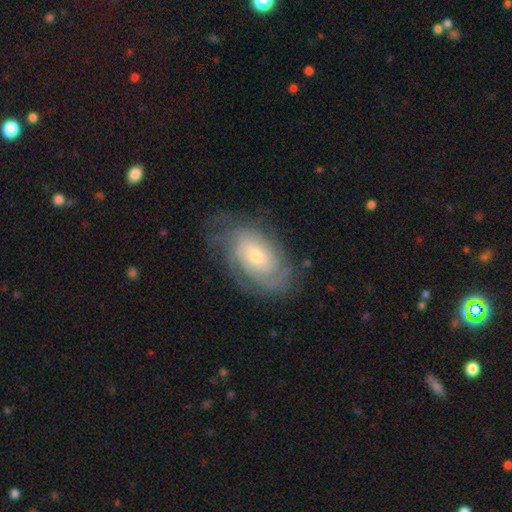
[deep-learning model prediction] Smooth or featured?
  - featured or disk: 78% *
  - smooth: 16%
  - star or artifact: 6%
Edge-on disk?
  - no: 96% *
  - yes: 4%
Bar?
  - no: 68% *
  - weak: 27%
  - strong: 5%
Spiral arms?
  - yes: 93% *
  - no: 7%
Spiral winding?
  - tight: 67% *
  - medium: 25%
  - loose: 7%
Spiral arm count?
  - can't tell: 45% *
  - 2: 19%
  - 3: 15%
  - 4: 11%
  - more than 4: 6%
  - 1: 5%
Bulge size?
  - small: 56% *
  - moderate: 37%
  - large: 5%
  - none: 2%
  - dominant: 1%
Merging?
  - none: 71% *
  - minor disturbance: 19%
  - major disturbance: 9%
  - merger: 1%